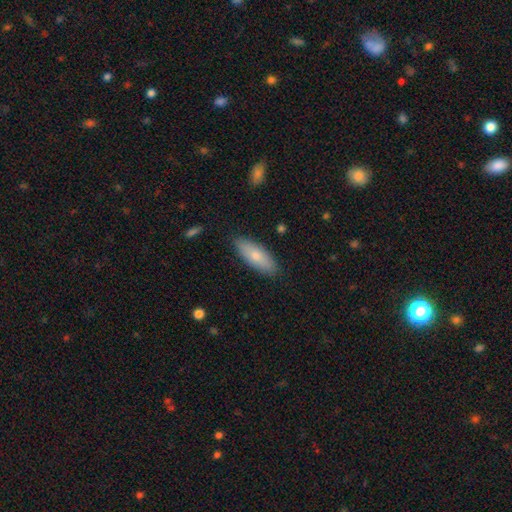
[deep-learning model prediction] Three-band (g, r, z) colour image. It shows a smooth galaxy with no disk features (75%) that is in between round and cigar-shaped (69%). Merging: none (87%).